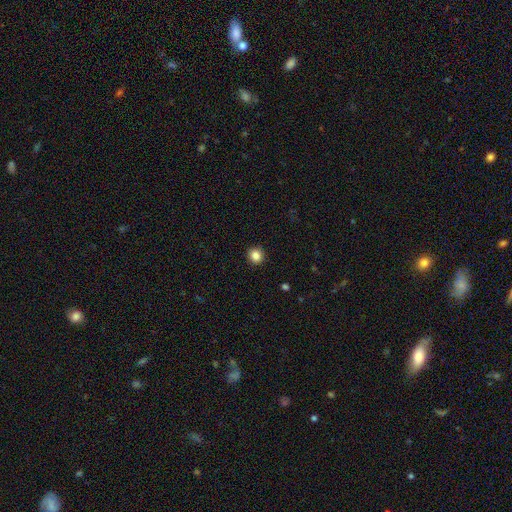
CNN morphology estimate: This is clearly a smooth galaxy (85%). How rounded: clearly round (91%). Merging: clearly none (92%).